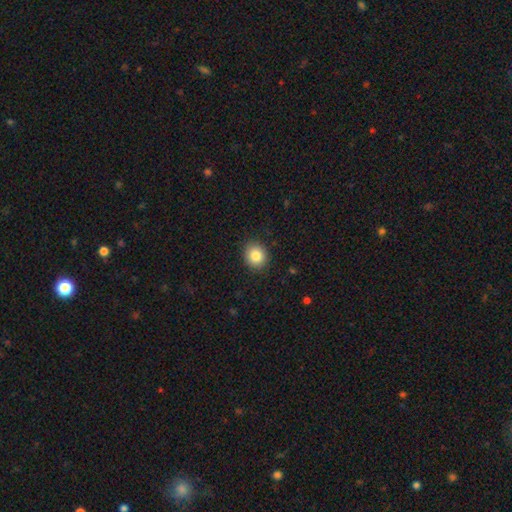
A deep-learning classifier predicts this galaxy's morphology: A smooth galaxy with no disk features (85%) that is round (75%).

Vote fractions:
- Smooth or featured? smooth: 85% / star or artifact: 9% / featured or disk: 6%
- How rounded? round: 75% / in between: 24% / cigar-shaped: 1%
- Merging? none: 89% / minor disturbance: 8% / major disturbance: 2% / merger: 1%